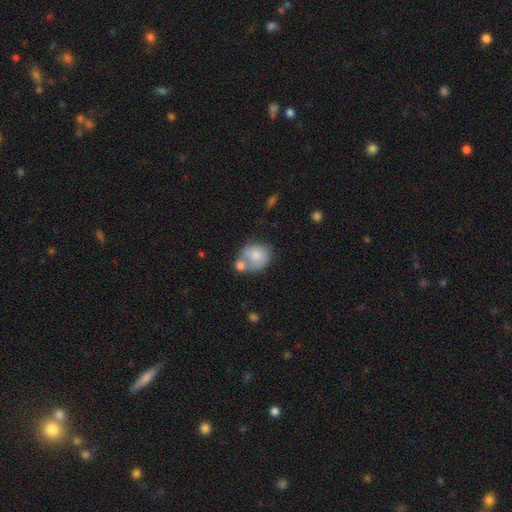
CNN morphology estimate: Smooth or featured: smooth — 72% (featured or disk — 21%)
How rounded: round — 69% (in between — 30%)
Merging: merger — 40% (none — 35%)